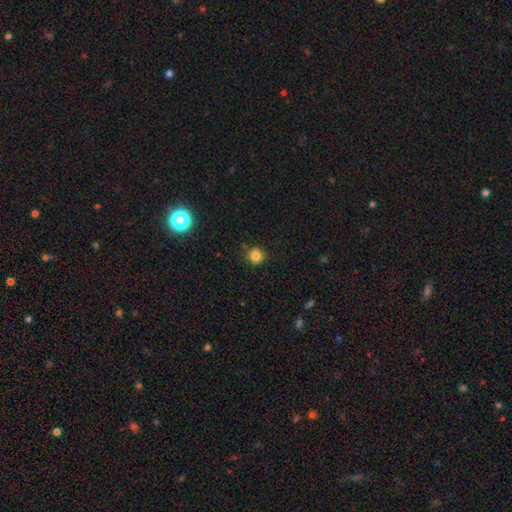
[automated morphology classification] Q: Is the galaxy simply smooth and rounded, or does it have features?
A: smooth — 82%.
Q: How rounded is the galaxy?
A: round — 93%.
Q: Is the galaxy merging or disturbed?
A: none — 86%.